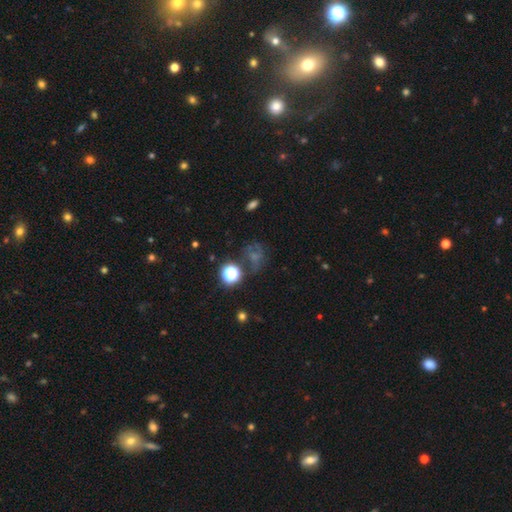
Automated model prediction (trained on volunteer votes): star or artifact 45%, smooth 31%, featured or disk 24%.